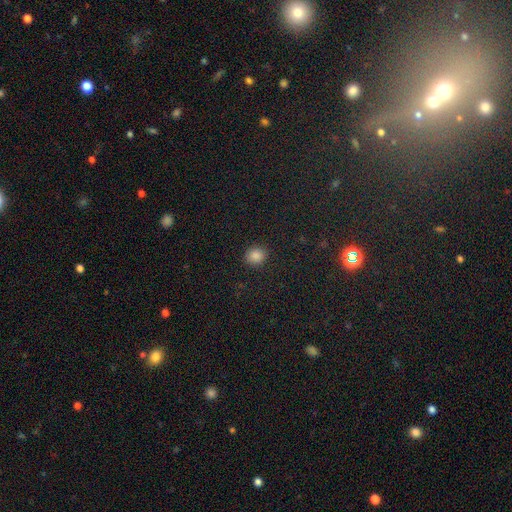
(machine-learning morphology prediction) A smooth galaxy with no disk features (86%) that is round (77%).

Vote fractions:
- Smooth or featured? smooth: 86% / star or artifact: 11% / featured or disk: 3%
- How rounded? round: 77% / in between: 22% / cigar-shaped: 1%
- Merging? none: 90% / minor disturbance: 7% / major disturbance: 2% / merger: 1%